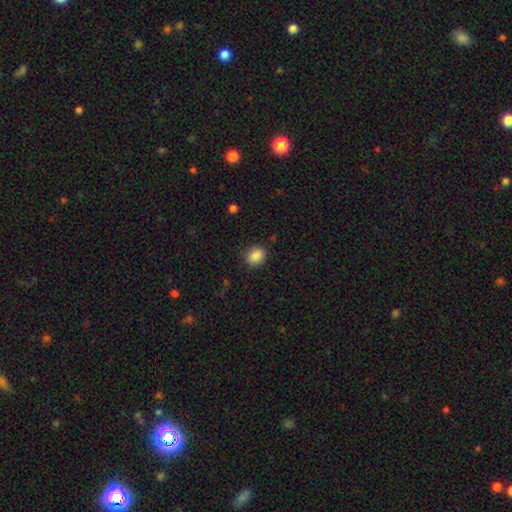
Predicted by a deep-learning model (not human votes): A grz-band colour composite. It shows a smooth galaxy with no disk features (88%) that is in between round and cigar-shaped (62%). Merging: none (84%).